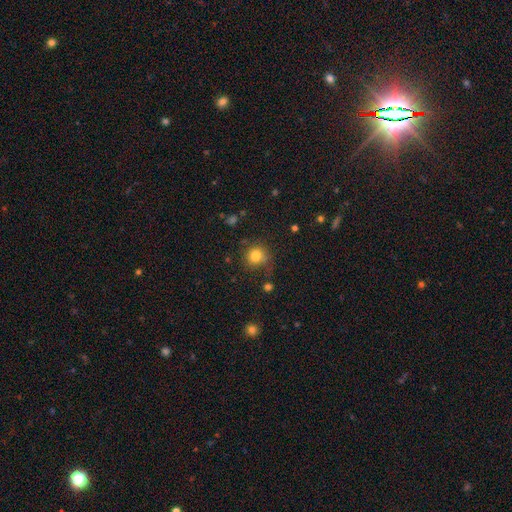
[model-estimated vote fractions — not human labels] Overall: smooth (81%). How rounded: round (89%). Merging: none (71%).